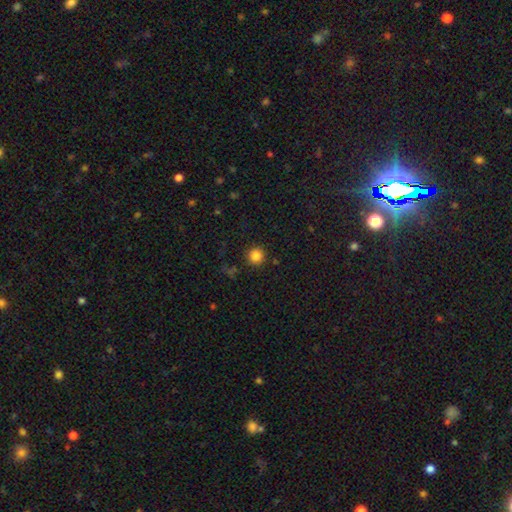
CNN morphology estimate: A smooth galaxy with no disk features (85%) that is round (95%).

Vote fractions:
- Smooth or featured? smooth: 85% / star or artifact: 12% / featured or disk: 4%
- How rounded? round: 95% / in between: 5% / cigar-shaped: 1%
- Merging? none: 90% / minor disturbance: 6% / major disturbance: 2% / merger: 2%